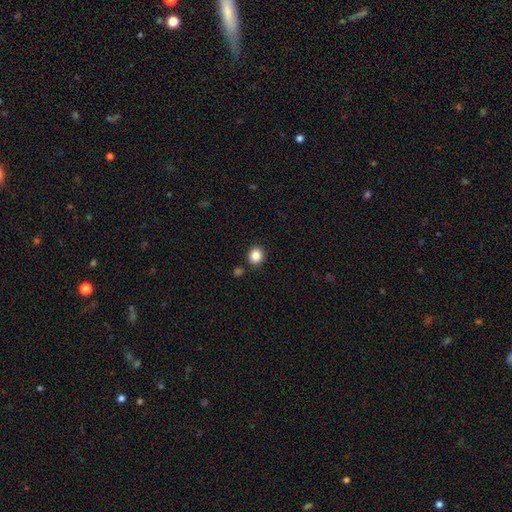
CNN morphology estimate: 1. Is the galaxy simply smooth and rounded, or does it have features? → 86% smooth, 10% star or artifact, 4% featured or disk.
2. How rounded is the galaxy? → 77% round, 22% in between, 1% cigar-shaped.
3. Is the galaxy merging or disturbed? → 87% none, 7% minor disturbance, 3% merger, 2% major disturbance.